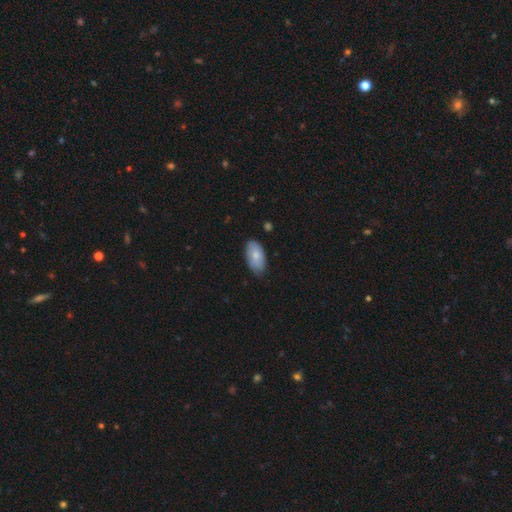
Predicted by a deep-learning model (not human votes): smooth 77%, featured or disk 17%, star or artifact 6%. Down the decision tree: how rounded — in between (95%); merging — none (73%).